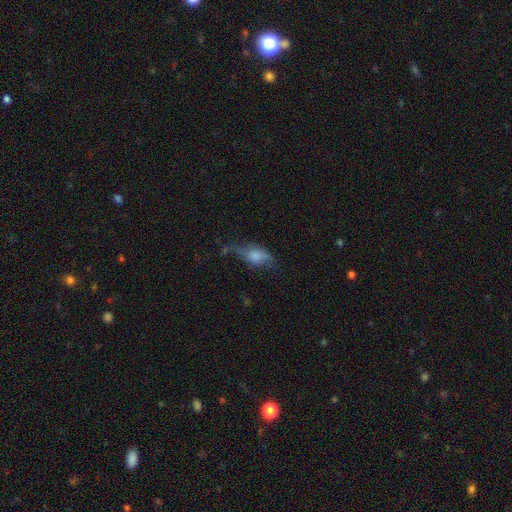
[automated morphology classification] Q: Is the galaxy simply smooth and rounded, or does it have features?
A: smooth — 51%.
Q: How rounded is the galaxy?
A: in between — 76%.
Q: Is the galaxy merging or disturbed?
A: none — 38%.